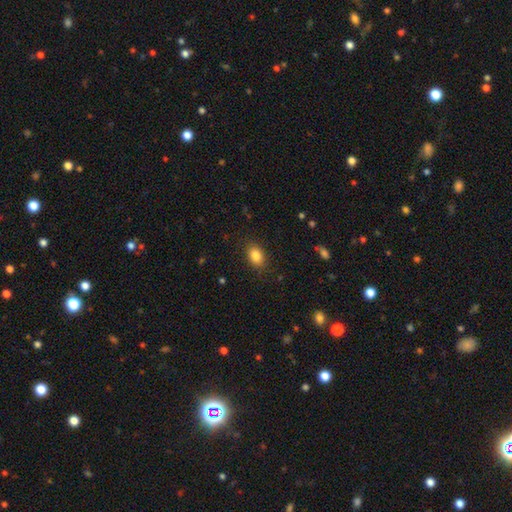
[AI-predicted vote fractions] This is clearly a smooth galaxy (85%). How rounded: clearly in between (81%). Merging: clearly none (86%).